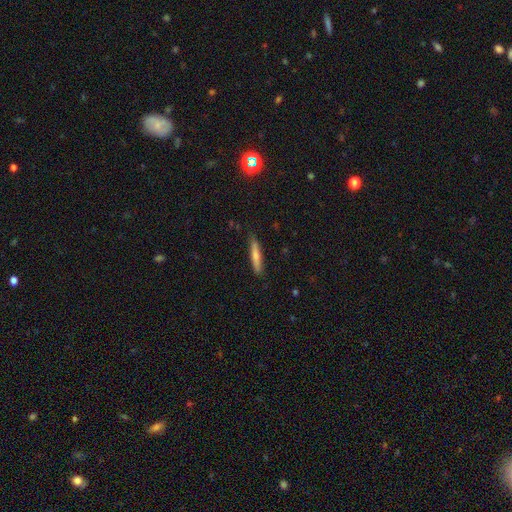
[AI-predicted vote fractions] Q: Smooth or featured?
A: smooth (64%); runner-up: featured or disk (30%)
Q: How rounded?
A: cigar-shaped (92%); runner-up: in between (6%)
Q: Merging?
A: none (85%); runner-up: minor disturbance (12%)